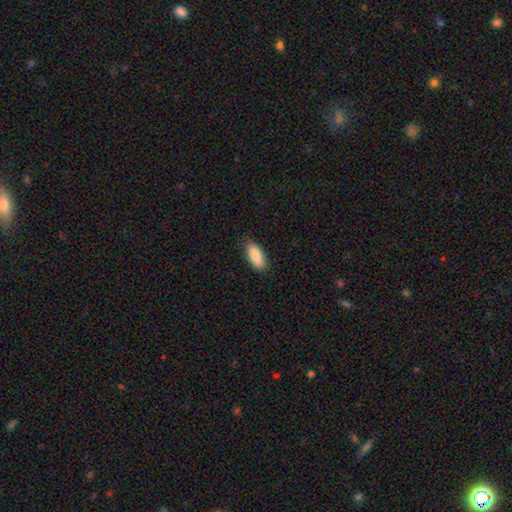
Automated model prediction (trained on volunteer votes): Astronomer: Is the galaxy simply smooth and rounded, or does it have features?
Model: smooth — 86%.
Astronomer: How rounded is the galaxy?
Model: in between — 89%.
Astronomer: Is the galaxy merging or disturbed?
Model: none — 82%.